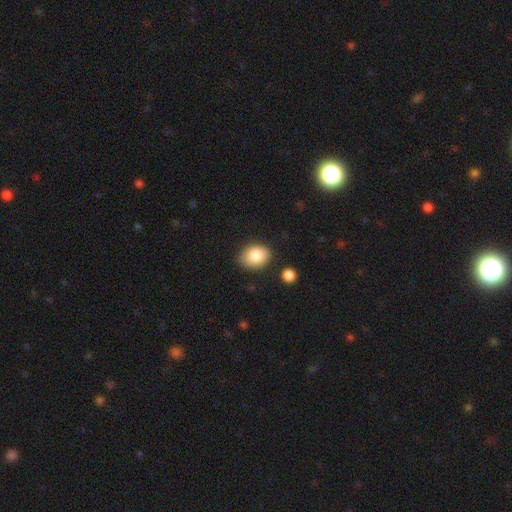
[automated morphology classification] A smooth galaxy with no disk features (84%) that is in between round and cigar-shaped (73%).

Vote fractions:
- Smooth or featured? smooth: 84% / featured or disk: 8% / star or artifact: 8%
- How rounded? in between: 73% / round: 26% / cigar-shaped: 1%
- Merging? none: 81% / minor disturbance: 13% / merger: 3% / major disturbance: 3%